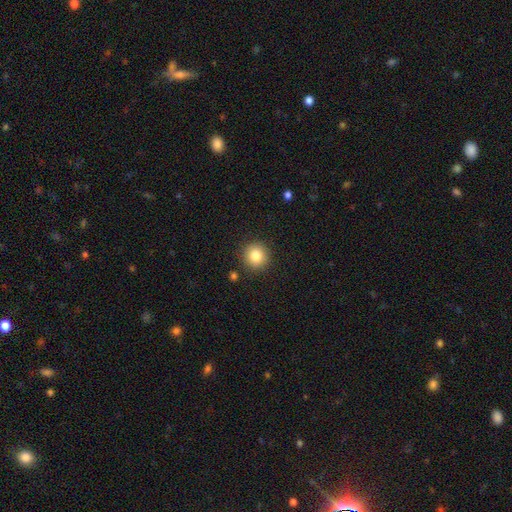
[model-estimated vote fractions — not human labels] A smooth galaxy with no disk features (83%) that is round (94%). Merging: none (90%).